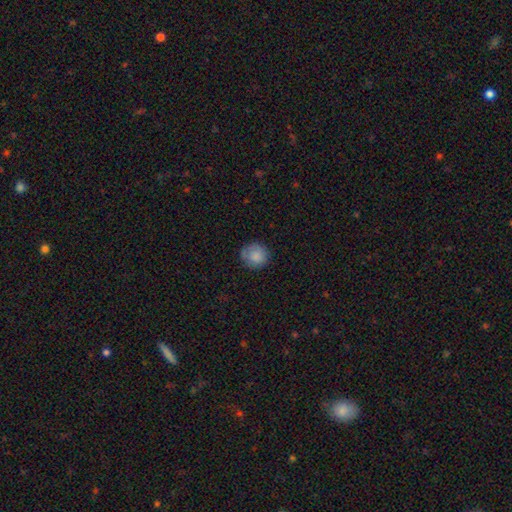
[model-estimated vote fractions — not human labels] Morphology: type=smooth (82%); roundness=round (91%); merging=none (77%).